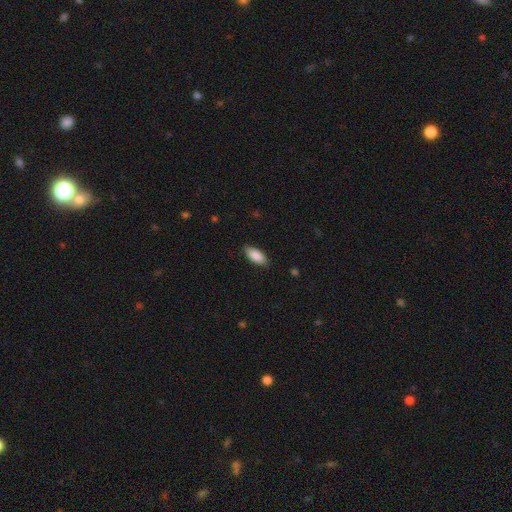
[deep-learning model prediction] Overall: smooth (88%). How rounded: in between (85%). Merging: none (86%).